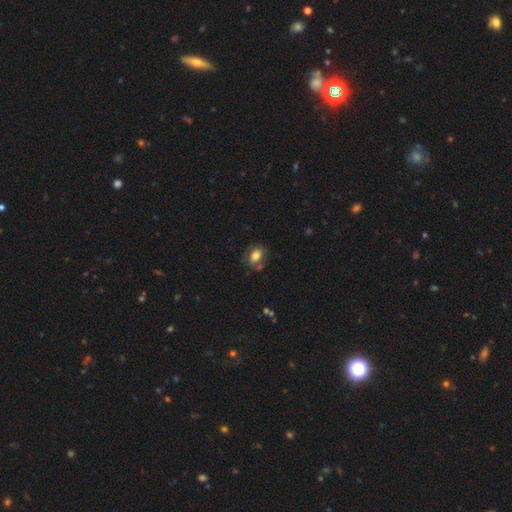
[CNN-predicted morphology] Overall: smooth (74%). How rounded: in between (73%). Merging: none (60%; minor disturbance 21%).